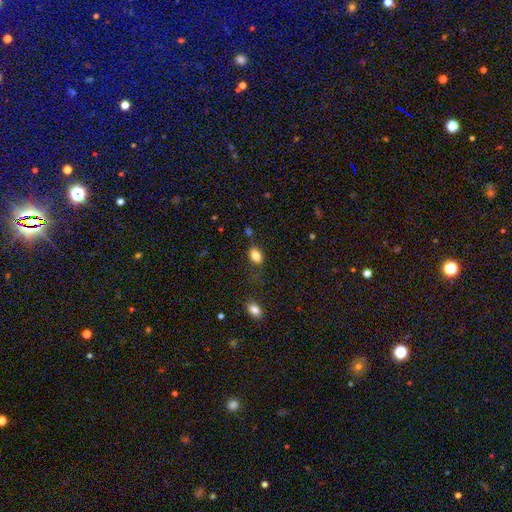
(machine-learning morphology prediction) smooth_or_featured: smooth (p=0.83) [alt: star or artifact p=0.09]
how_rounded: in between (p=0.79) [alt: round p=0.19]
merging: none (p=0.66) [alt: minor disturbance p=0.23]